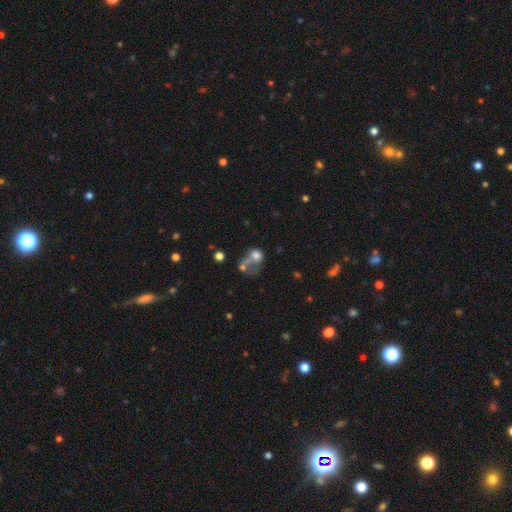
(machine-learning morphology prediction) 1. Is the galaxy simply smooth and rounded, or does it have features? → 60% smooth, 28% featured or disk, 13% star or artifact.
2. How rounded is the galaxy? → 59% round, 40% in between, 1% cigar-shaped.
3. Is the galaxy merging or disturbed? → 49% merger, 22% major disturbance, 19% none, 10% minor disturbance.